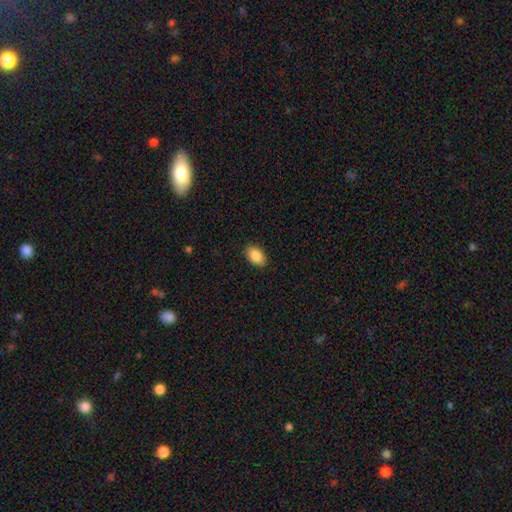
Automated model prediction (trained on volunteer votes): Smooth or featured?
  - smooth: 87% *
  - star or artifact: 7%
  - featured or disk: 5%
How rounded?
  - in between: 89% *
  - round: 9%
  - cigar-shaped: 1%
Merging?
  - none: 89% *
  - minor disturbance: 8%
  - major disturbance: 2%
  - merger: 1%